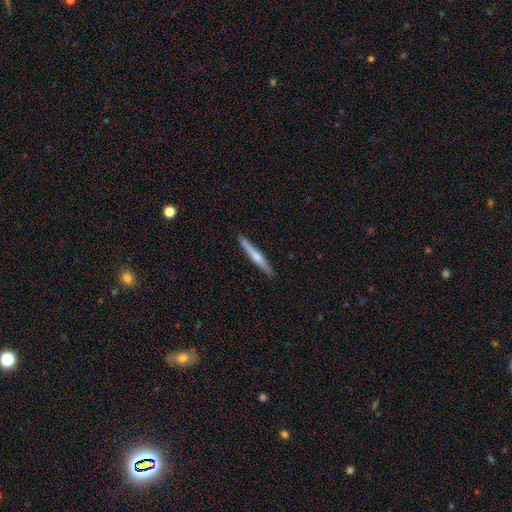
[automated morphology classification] The model was most divided on "smooth or featured": featured or disk: 51%, smooth: 44%, star or artifact: 5%. More confident: edge-on disk — yes (97%); merging — none (90%).